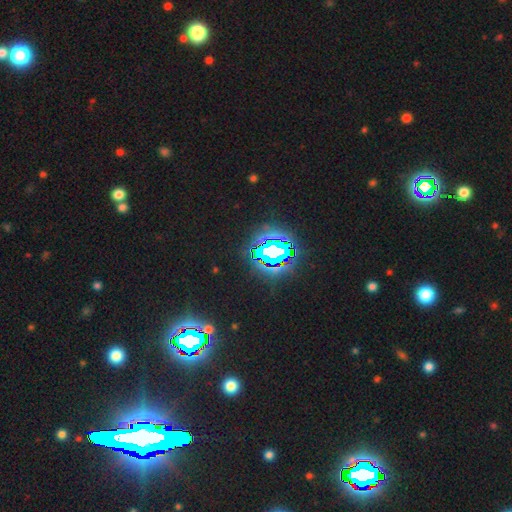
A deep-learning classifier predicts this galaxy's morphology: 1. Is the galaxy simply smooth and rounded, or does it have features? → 81% star or artifact, 11% smooth, 8% featured or disk.